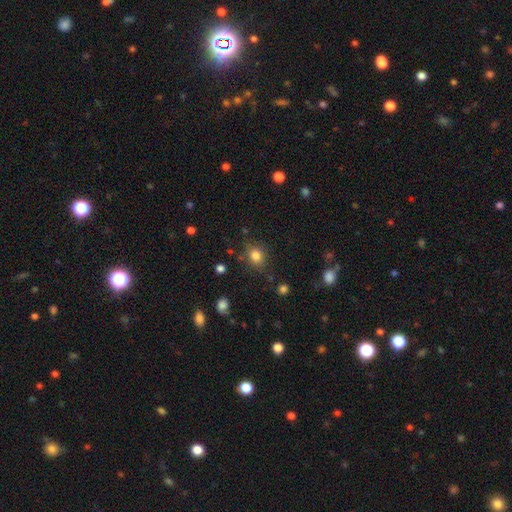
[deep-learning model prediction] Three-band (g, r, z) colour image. It shows a smooth galaxy with no disk features (82%) that is round (68%). Merging: none (78%).